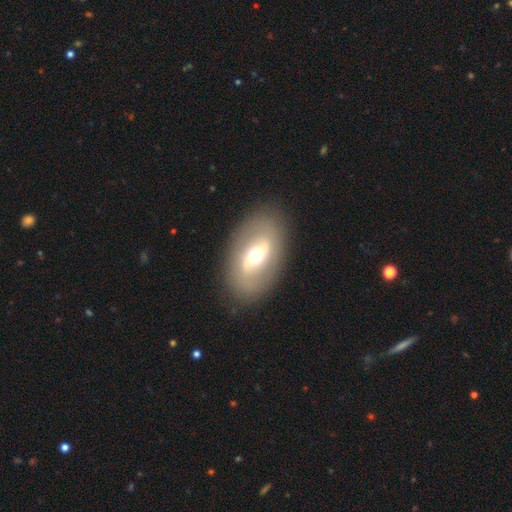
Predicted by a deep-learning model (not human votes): A featured or disk galaxy (60%) with a weak bar (39%), no spiral arms (61%) and a moderate central bulge (69%).

Vote fractions:
- Smooth or featured? featured or disk: 60% / smooth: 33% / star or artifact: 7%
- Edge-on disk? no: 90% / yes: 10%
- Bar? weak: 39% / strong: 34% / no: 27%
- Spiral arms? no: 61% / yes: 39%
- Bulge size? moderate: 69% / small: 16% / large: 13% / dominant: 2% / none: 1%
- Merging? none: 86% / minor disturbance: 9% / major disturbance: 4% / merger: 1%